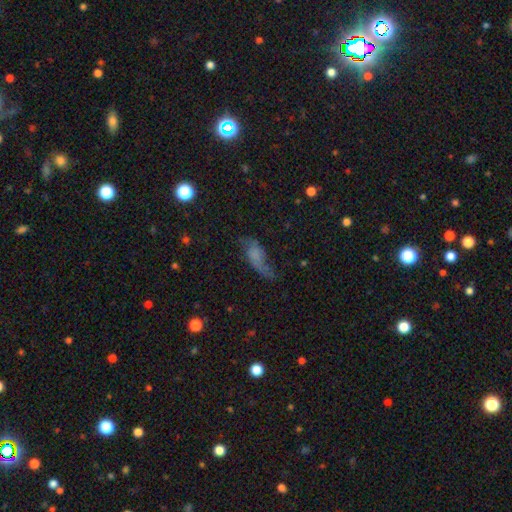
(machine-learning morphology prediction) The model was most divided on "smooth or featured": featured or disk: 44%, smooth: 43%, star or artifact: 13%. Remaining: merging — none (43%).